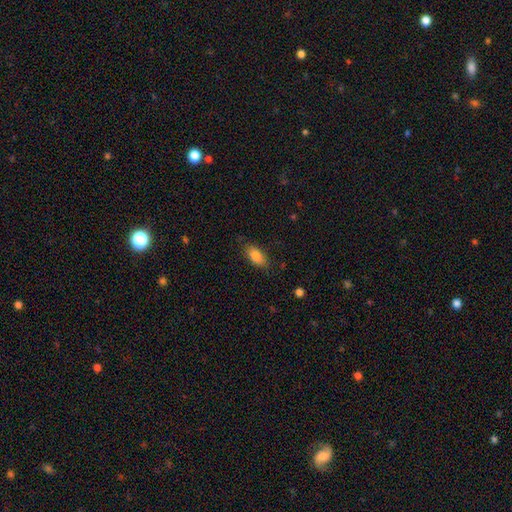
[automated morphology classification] smooth_or_featured: smooth (p=0.86) [alt: star or artifact p=0.07]
how_rounded: in between (p=0.90) [alt: cigar-shaped p=0.06]
merging: none (p=0.80) [alt: minor disturbance p=0.15]